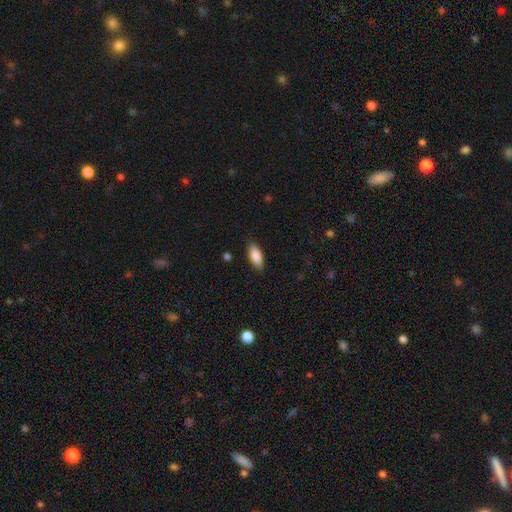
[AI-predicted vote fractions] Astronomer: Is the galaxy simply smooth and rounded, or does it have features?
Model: smooth — 85%.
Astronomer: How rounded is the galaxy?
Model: in between — 80%.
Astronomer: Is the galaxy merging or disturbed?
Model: none — 86%.